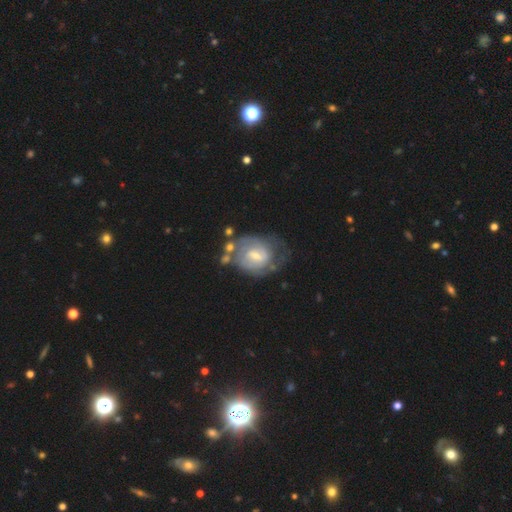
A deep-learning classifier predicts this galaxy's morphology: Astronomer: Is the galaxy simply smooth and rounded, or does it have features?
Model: featured or disk — 78%.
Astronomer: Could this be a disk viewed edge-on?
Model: no — 97%.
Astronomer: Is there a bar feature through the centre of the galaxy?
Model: weak — 58%.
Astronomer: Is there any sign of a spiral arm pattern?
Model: yes — 87%.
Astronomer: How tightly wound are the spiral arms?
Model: tight — 59%.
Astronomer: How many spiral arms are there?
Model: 2 — 43% (runner-up: can't tell, 37%).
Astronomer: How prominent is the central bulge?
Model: small — 58% (runner-up: moderate, 36%).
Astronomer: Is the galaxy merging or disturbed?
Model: none — 50%.